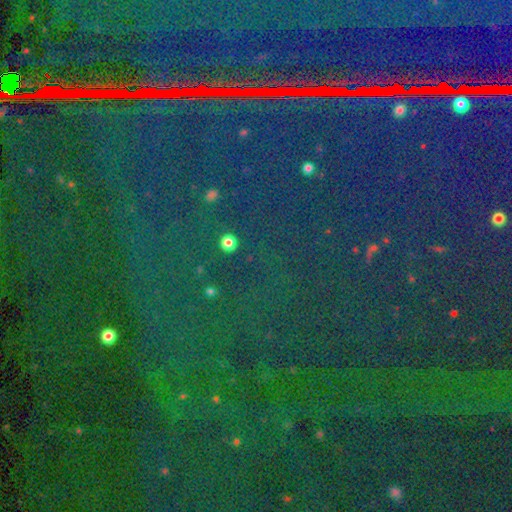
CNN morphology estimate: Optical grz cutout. It shows a star or artifact, not a galaxy (84%).